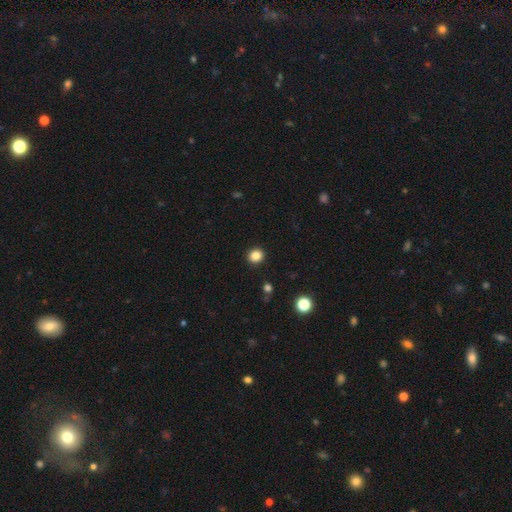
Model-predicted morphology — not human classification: Smooth or featured? Predicted: smooth (p=0.85). How rounded? Predicted: round (p=0.86). Merging? Predicted: none (p=0.92).